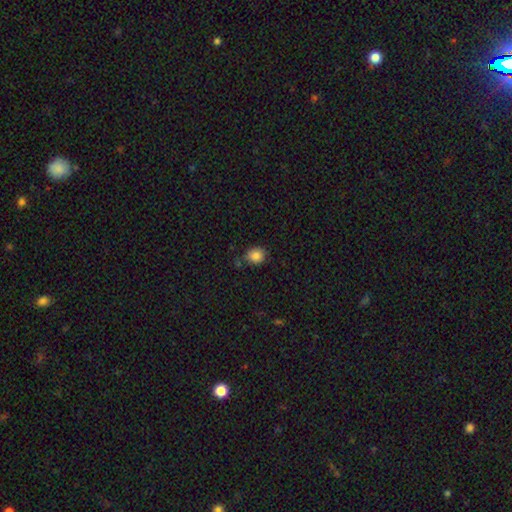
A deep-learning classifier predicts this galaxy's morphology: A smooth galaxy with no disk features (85%) that is round (76%). Merging: none (74%).